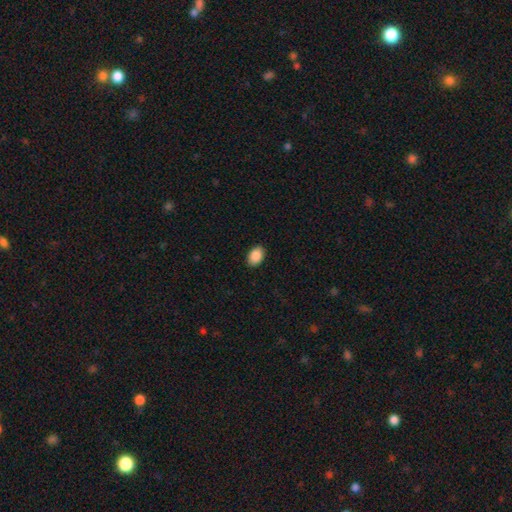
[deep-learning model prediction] Q: Smooth or featured?
A: smooth (90%); runner-up: star or artifact (7%)
Q: How rounded?
A: in between (84%); runner-up: round (15%)
Q: Merging?
A: none (90%); runner-up: minor disturbance (7%)